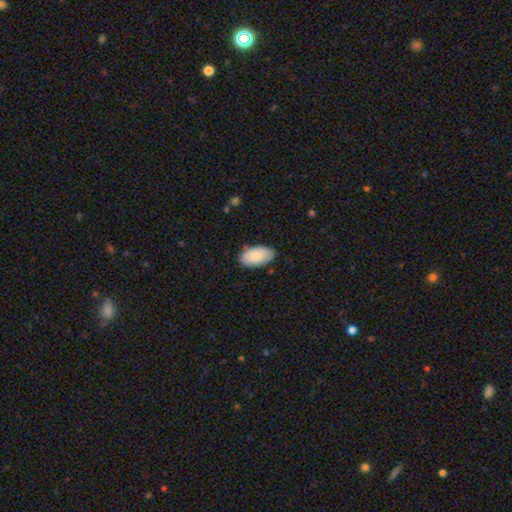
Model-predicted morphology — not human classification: Smooth or featured: smooth — 82% (featured or disk — 12%)
How rounded: in between — 95% (round — 3%)
Merging: none — 82% (minor disturbance — 14%)